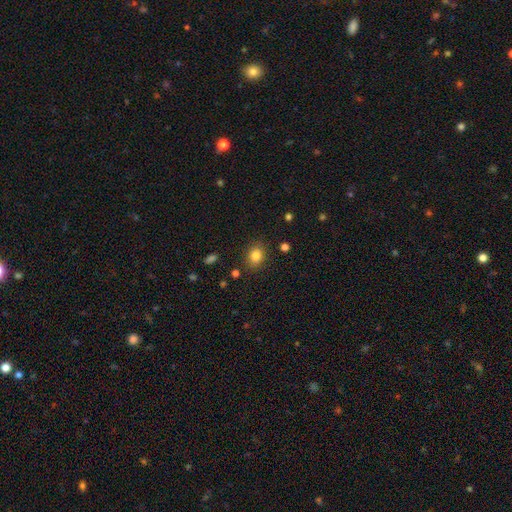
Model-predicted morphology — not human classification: Q: Smooth or featured?
A: smooth (83%); runner-up: star or artifact (11%)
Q: How rounded?
A: in between (53%); runner-up: round (45%)
Q: Merging?
A: none (85%); runner-up: minor disturbance (10%)